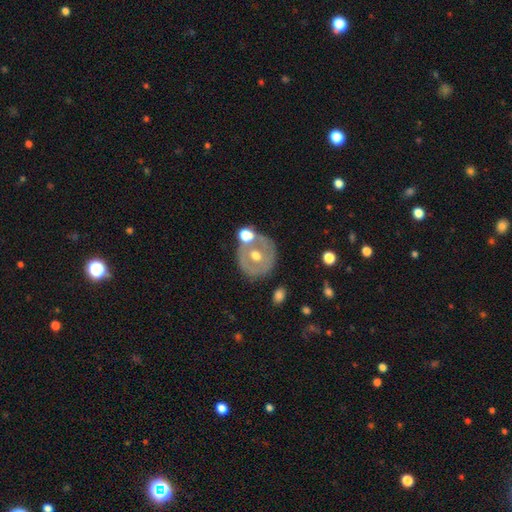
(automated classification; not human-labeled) A featured or disk galaxy (56%) with no bar (75%), no spiral arms (76%) and a moderate central bulge (76%).

Vote fractions:
- Smooth or featured? featured or disk: 56% / smooth: 36% / star or artifact: 8%
- Edge-on disk? no: 95% / yes: 5%
- Bar? no: 75% / weak: 19% / strong: 7%
- Spiral arms? no: 76% / yes: 24%
- Bulge size? moderate: 76% / small: 16% / large: 5% / none: 2% / dominant: 1%
- Merging? none: 62% / merger: 16% / minor disturbance: 15% / major disturbance: 7%